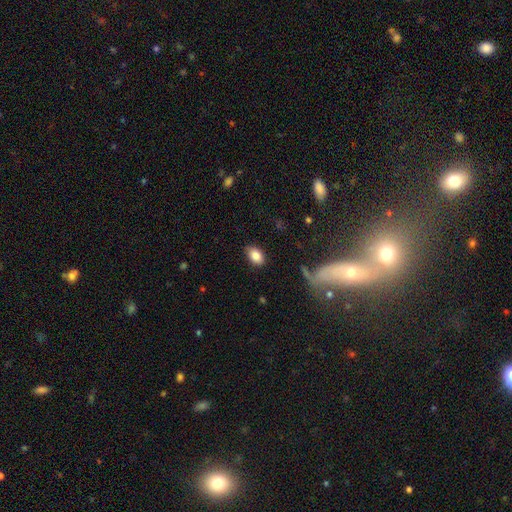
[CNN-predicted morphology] Smooth or featured: smooth — 85% (star or artifact — 8%)
How rounded: in between — 87% (round — 12%)
Merging: none — 82% (minor disturbance — 13%)